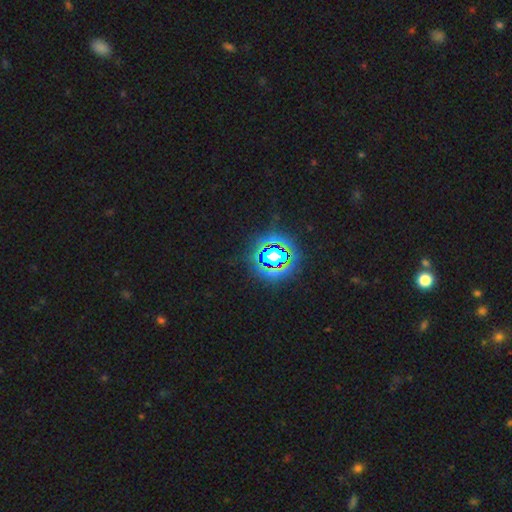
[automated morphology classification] This is likely a star or artifact rather than a galaxy (79%).